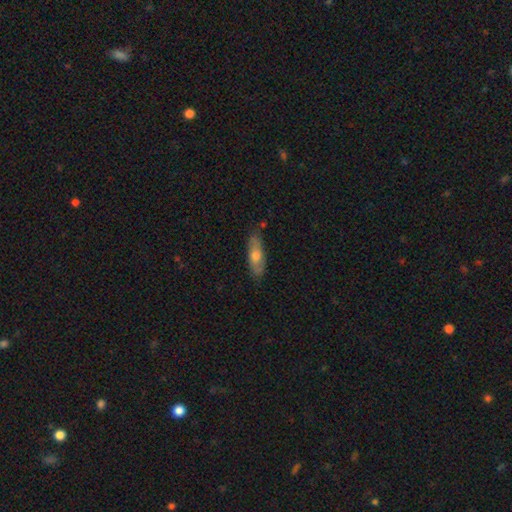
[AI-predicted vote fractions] smooth-or-featured: smooth: 60% | featured or disk: 34% | star or artifact: 6%
  how-rounded: in between: 55% | cigar-shaped: 43% | round: 3%
  merging: none: 77% | minor disturbance: 17% | major disturbance: 3% | merger: 2%